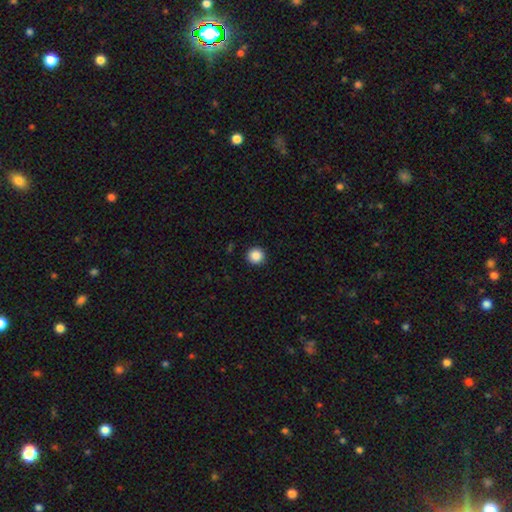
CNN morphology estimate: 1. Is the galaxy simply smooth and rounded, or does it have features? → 88% smooth, 10% star or artifact, 3% featured or disk.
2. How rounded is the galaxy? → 95% round, 4% in between, 1% cigar-shaped.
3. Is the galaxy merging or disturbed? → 93% none, 5% minor disturbance, 2% major disturbance, 1% merger.